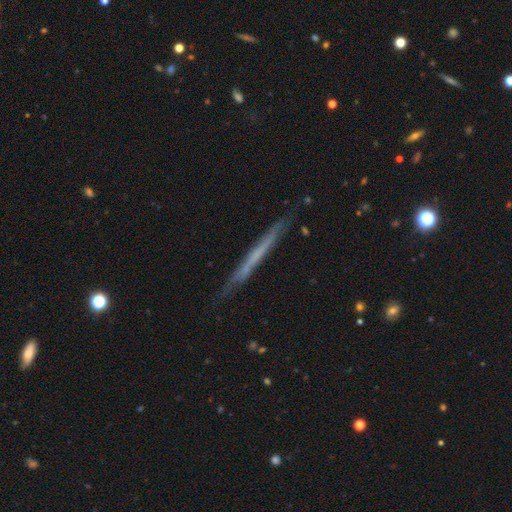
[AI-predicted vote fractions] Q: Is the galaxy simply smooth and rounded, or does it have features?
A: featured or disk — 52%.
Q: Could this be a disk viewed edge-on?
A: yes — 96%.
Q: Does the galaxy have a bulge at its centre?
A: none — 90%.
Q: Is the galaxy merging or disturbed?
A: none — 88%.